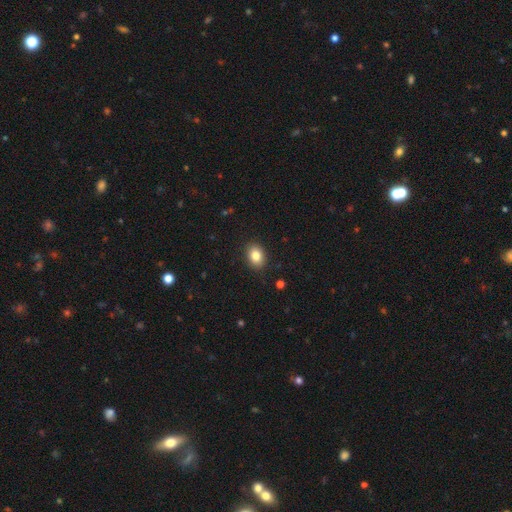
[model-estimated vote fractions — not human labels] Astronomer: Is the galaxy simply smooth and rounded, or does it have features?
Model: smooth — 84%.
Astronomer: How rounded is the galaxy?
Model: in between — 70%.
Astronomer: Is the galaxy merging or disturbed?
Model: none — 89%.